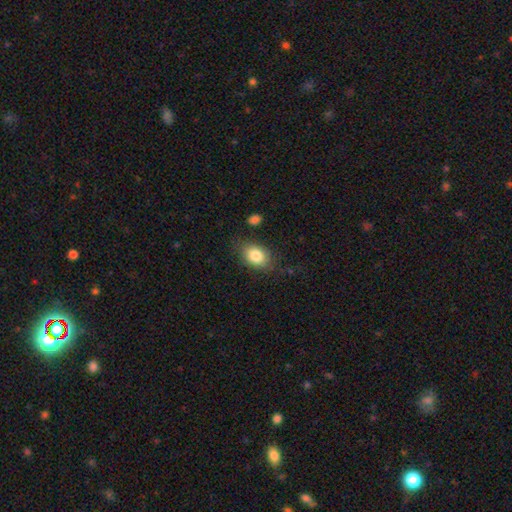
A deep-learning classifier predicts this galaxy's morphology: Q: Smooth or featured?
A: smooth (83%); runner-up: featured or disk (9%)
Q: How rounded?
A: in between (76%); runner-up: round (23%)
Q: Merging?
A: none (76%); runner-up: minor disturbance (16%)